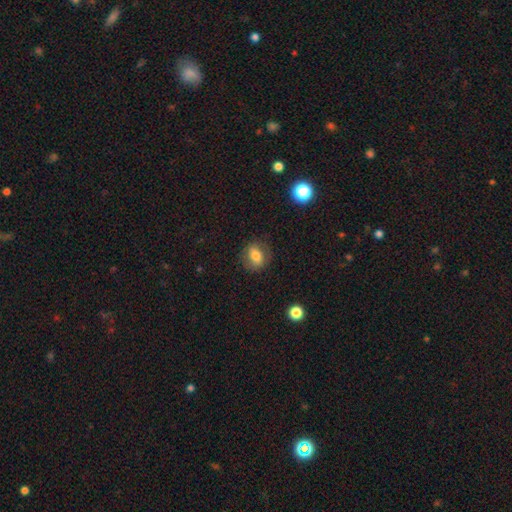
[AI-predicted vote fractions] Q: Smooth or featured?
A: smooth (65%); runner-up: featured or disk (25%)
Q: How rounded?
A: round (53%); runner-up: in between (45%)
Q: Merging?
A: none (81%); runner-up: minor disturbance (13%)